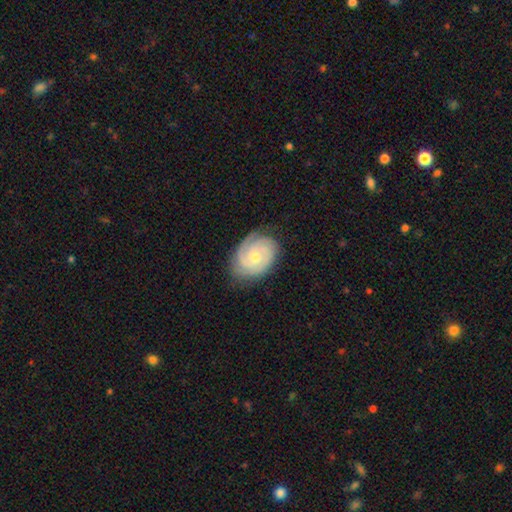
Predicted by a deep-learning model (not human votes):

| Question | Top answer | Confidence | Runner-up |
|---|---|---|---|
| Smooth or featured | featured or disk | 84% | smooth (11%) |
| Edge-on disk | no | 97% | yes (3%) |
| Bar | no | 70% | weak (26%) |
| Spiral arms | yes | 97% | no (3%) |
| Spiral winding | tight | 72% | medium (24%) |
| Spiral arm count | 2 | 40% | 3 (31%) |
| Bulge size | small | 55% | moderate (42%) |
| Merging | none | 79% | minor disturbance (16%) |